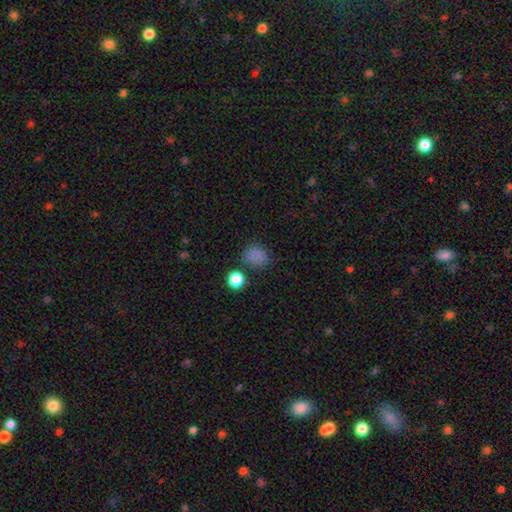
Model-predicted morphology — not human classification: type=smooth (77%); roundness=round (65%); merging=none (74%).